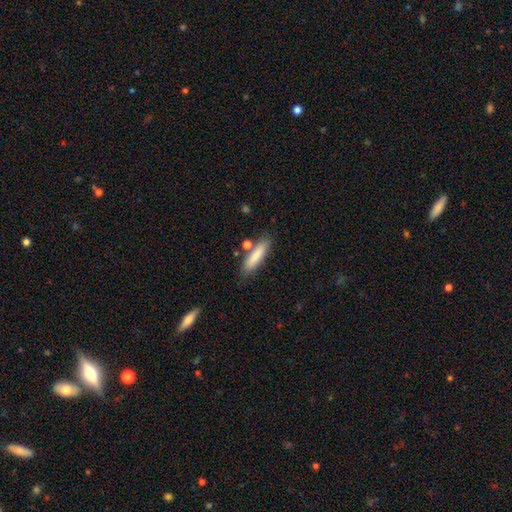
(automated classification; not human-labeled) A smooth galaxy with no disk features (82%) that is cigar-shaped (75%).

Vote fractions:
- Smooth or featured? smooth: 82% / featured or disk: 12% / star or artifact: 6%
- How rounded? cigar-shaped: 75% / in between: 24% / round: 2%
- Merging? none: 76% / minor disturbance: 12% / merger: 8% / major disturbance: 3%